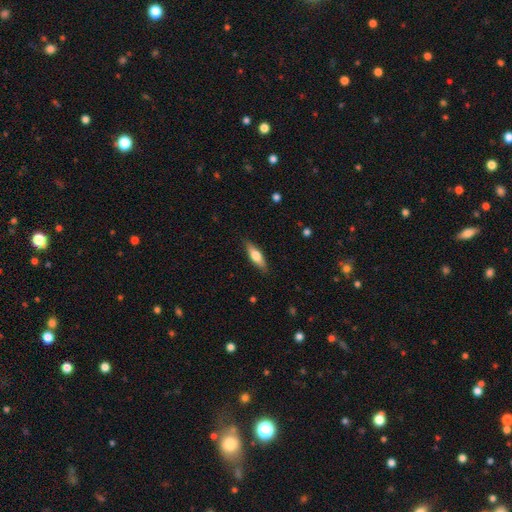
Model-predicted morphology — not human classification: Overall: smooth (63%; featured or disk 31%). How rounded: cigar-shaped (52%; in between 45%). Merging: none (87%).